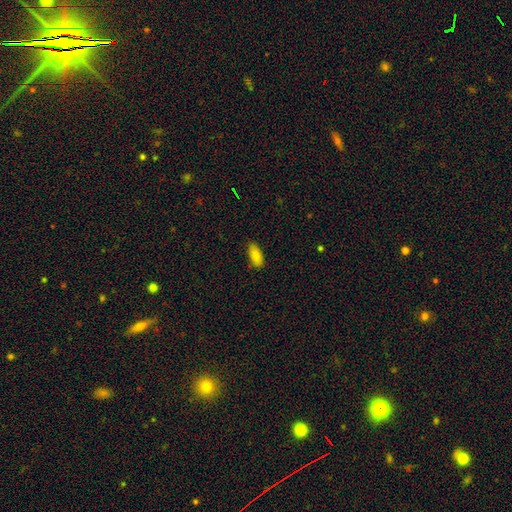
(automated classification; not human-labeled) A smooth galaxy with no disk features (86%) that is in between round and cigar-shaped (86%). Merging: none (85%).